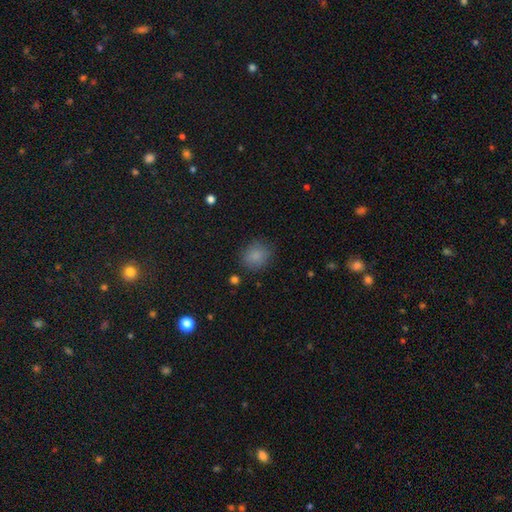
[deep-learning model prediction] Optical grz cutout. It shows a smooth galaxy with no disk features (85%) that is round (74%). Merging: none (81%).